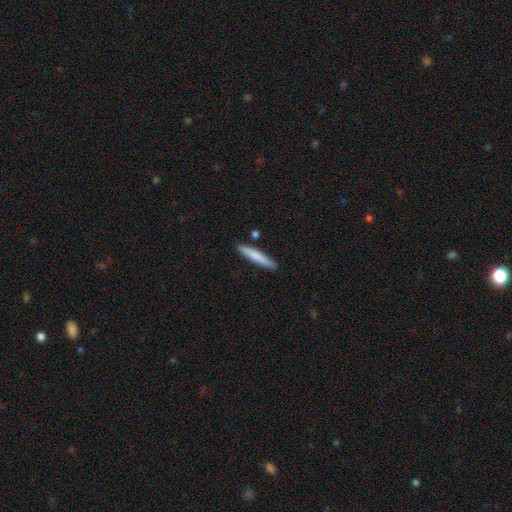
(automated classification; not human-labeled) smooth_or_featured: smooth (p=0.76) [alt: featured or disk p=0.19]
how_rounded: cigar-shaped (p=0.91) [alt: in between p=0.07]
merging: none (p=0.86) [alt: minor disturbance p=0.09]